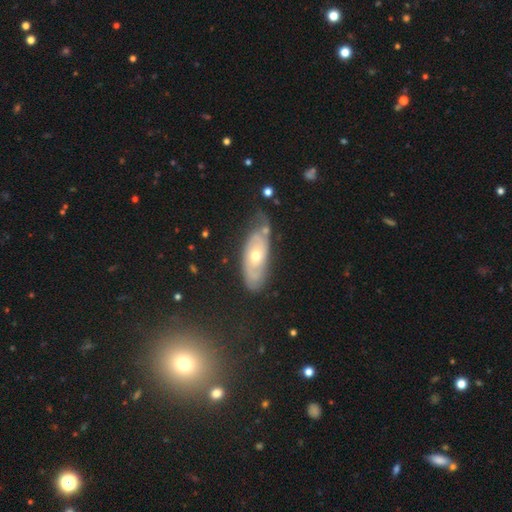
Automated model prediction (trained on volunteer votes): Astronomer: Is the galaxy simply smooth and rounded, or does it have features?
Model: featured or disk — 67%.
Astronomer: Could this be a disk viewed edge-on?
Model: no — 86%.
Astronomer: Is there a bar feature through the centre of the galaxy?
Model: no — 82%.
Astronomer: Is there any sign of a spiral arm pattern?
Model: yes — 74%.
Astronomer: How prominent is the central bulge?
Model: moderate — 62%.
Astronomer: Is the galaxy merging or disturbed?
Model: none — 58%.